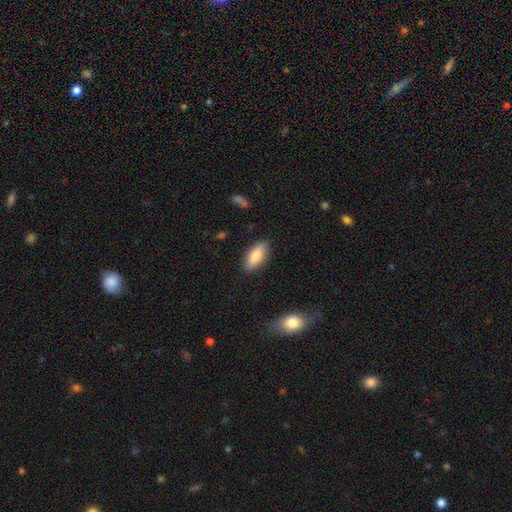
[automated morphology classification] Smooth or featured?
  - smooth: 78% *
  - featured or disk: 16%
  - star or artifact: 6%
How rounded?
  - in between: 76% *
  - cigar-shaped: 22%
  - round: 2%
Merging?
  - none: 85% *
  - minor disturbance: 11%
  - major disturbance: 2%
  - merger: 2%